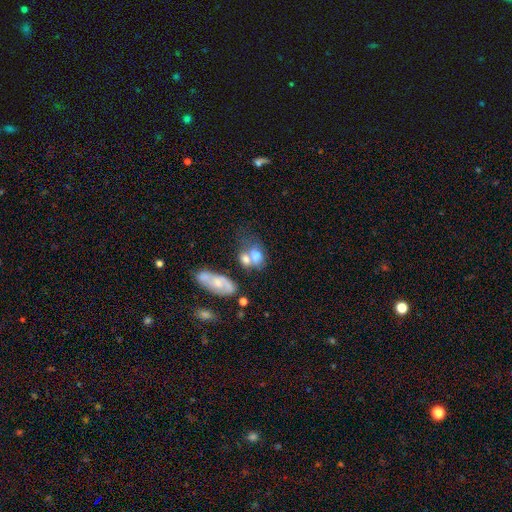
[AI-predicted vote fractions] Smooth or featured? smooth (63%)
How rounded? in between (68%)
Merging? merger (52%)